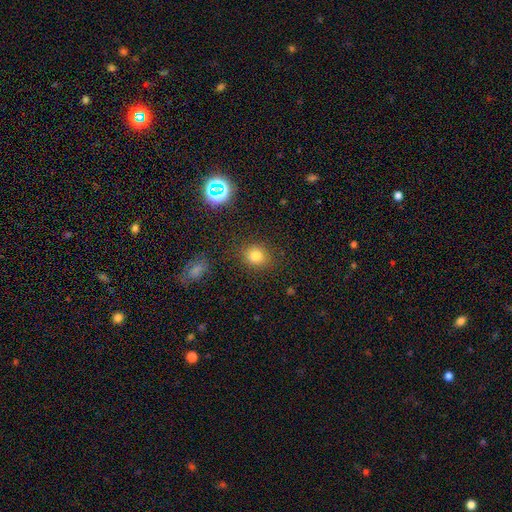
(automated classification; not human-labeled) Smooth or featured: smooth — 77% (star or artifact — 16%)
How rounded: round — 70% (in between — 29%)
Merging: none — 84% (minor disturbance — 10%)